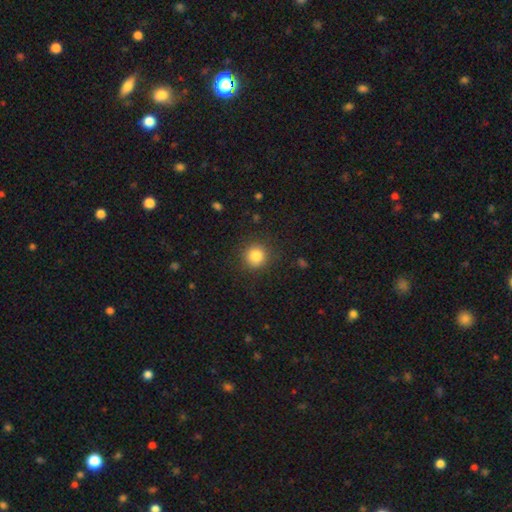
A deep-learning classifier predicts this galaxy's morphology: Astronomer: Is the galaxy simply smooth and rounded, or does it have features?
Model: smooth — 84%.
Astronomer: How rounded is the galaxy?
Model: round — 92%.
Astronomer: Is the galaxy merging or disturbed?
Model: none — 88%.